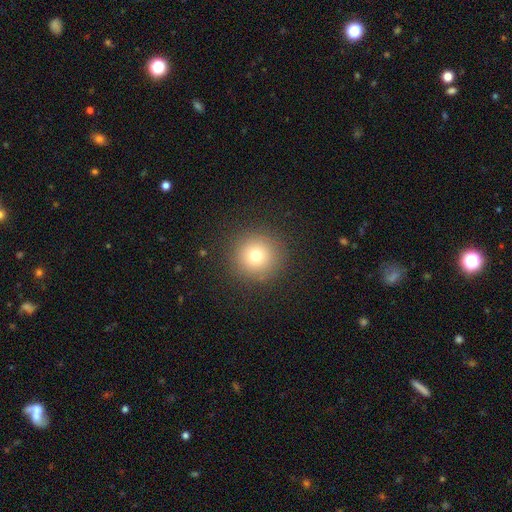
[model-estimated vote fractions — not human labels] Smooth or featured: smooth — 75% (star or artifact — 15%)
How rounded: round — 96% (in between — 3%)
Merging: none — 90% (minor disturbance — 6%)